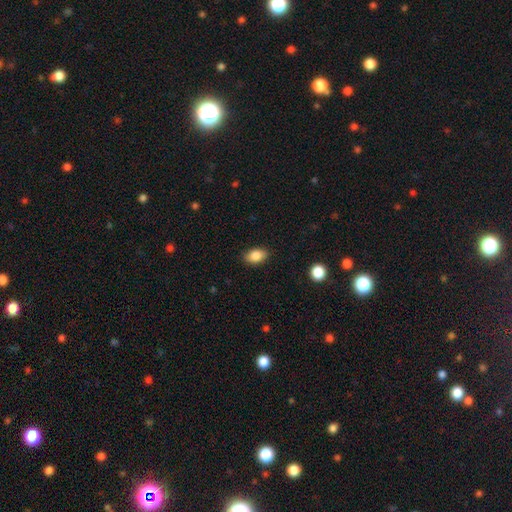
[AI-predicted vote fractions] Smooth or featured? smooth (86%)
How rounded? in between (86%)
Merging? none (87%)